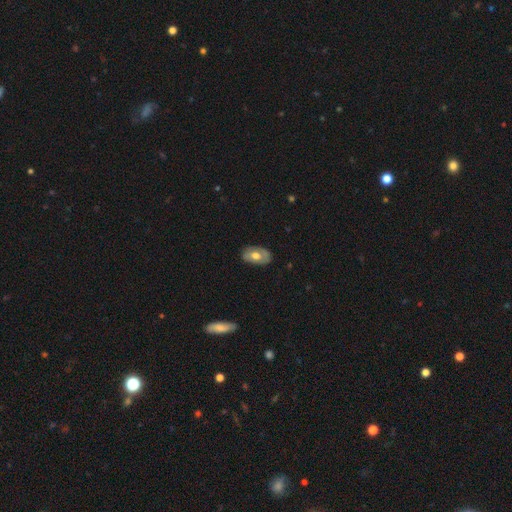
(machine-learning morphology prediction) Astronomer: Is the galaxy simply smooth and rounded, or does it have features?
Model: smooth — 54% (runner-up: featured or disk, 40%).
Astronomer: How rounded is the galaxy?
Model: in between — 90%.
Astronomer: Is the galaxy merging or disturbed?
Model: none — 77%.